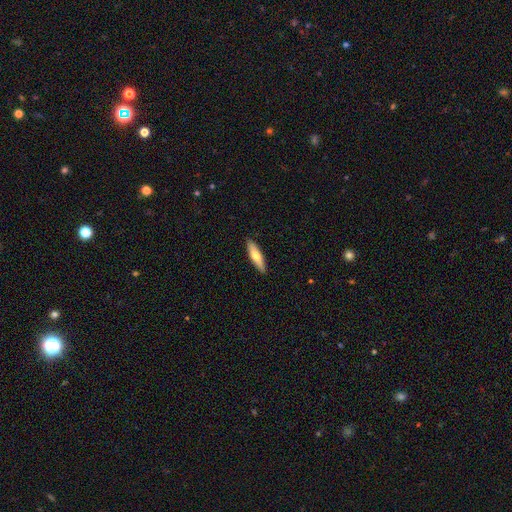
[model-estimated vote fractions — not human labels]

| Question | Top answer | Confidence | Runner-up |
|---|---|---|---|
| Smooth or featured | smooth | 64% | featured or disk (31%) |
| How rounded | cigar-shaped | 69% | in between (29%) |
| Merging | none | 89% | minor disturbance (8%) |